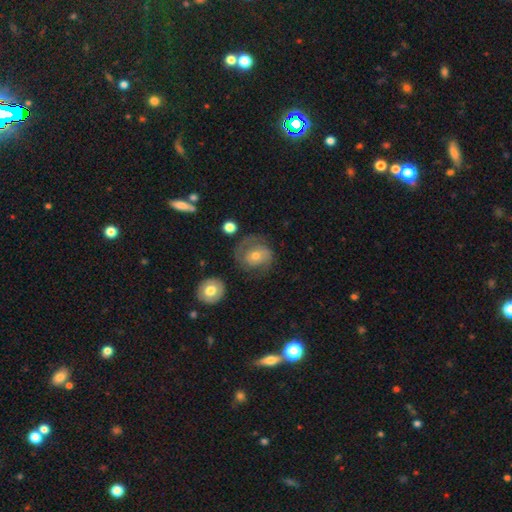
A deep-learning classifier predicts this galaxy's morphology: featured or disk 55%, smooth 37%, star or artifact 8%. Down the decision tree: edge-on disk — no (97%); bar — no (66%); spiral arms — yes (70%); bulge size — moderate (59%); merging — none (54%).